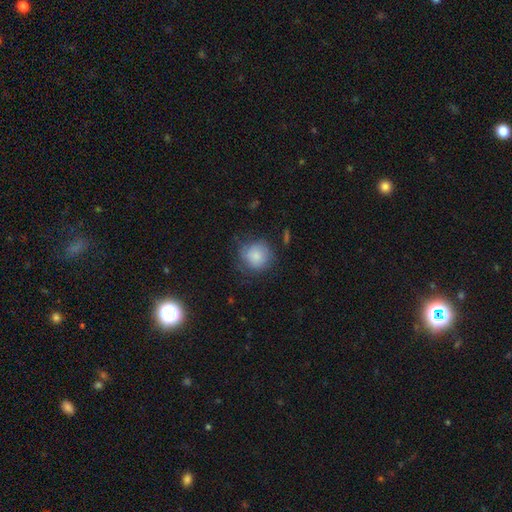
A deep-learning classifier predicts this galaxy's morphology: smooth 80%, featured or disk 12%, star or artifact 8%. Down the decision tree: how rounded — round (90%); merging — none (64%).